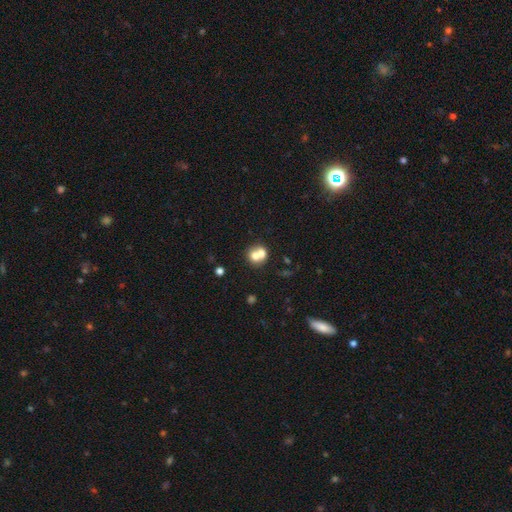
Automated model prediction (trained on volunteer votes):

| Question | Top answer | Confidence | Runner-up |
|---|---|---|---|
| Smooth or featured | smooth | 67% | featured or disk (22%) |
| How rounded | round | 79% | in between (20%) |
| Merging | merger | 58% | none (33%) |